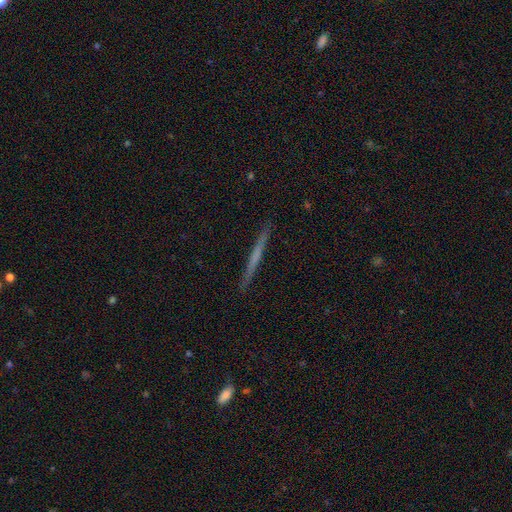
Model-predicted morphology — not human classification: smooth-or-featured: featured or disk: 51% | smooth: 43% | star or artifact: 6%
  disk-edge-on: yes: 97% | no: 3%
  merging: none: 92% | minor disturbance: 6% | major disturbance: 1% | merger: 1%